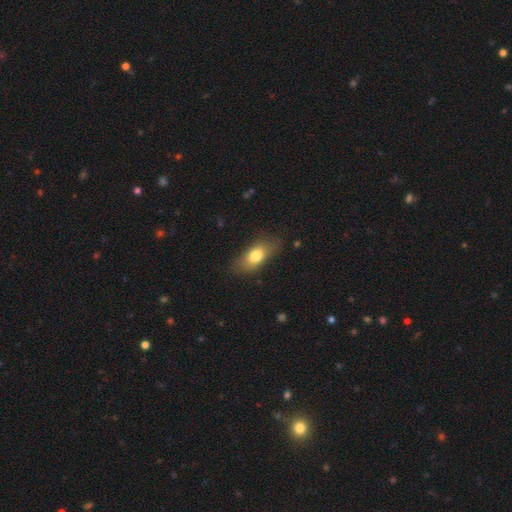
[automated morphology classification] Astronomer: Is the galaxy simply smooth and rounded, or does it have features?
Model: smooth — 75%.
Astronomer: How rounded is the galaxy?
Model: in between — 80%.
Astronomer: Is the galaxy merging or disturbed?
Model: none — 75%.